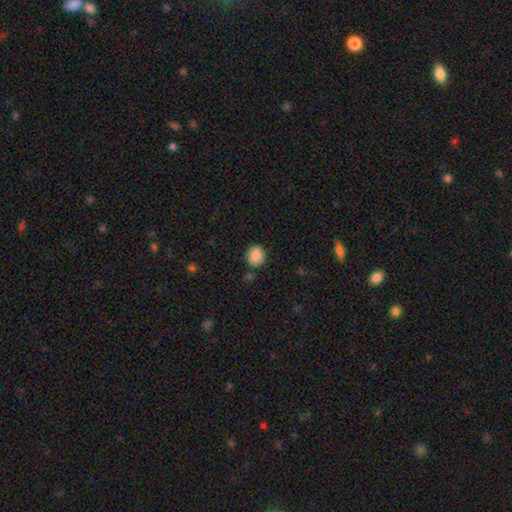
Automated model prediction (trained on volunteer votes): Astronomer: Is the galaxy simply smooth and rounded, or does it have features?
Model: smooth — 87%.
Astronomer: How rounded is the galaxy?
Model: round — 72%.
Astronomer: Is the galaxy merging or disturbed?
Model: none — 84%.